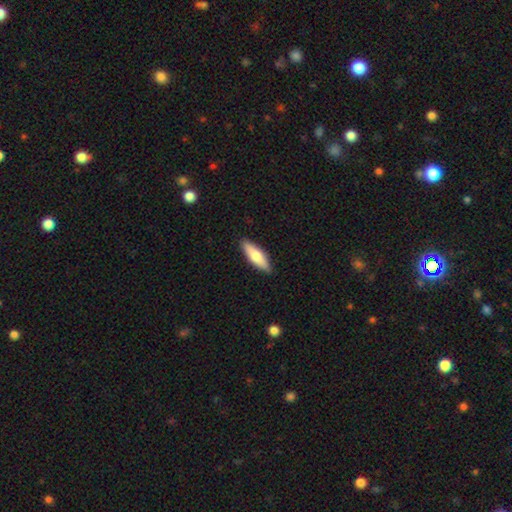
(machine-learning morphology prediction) A smooth galaxy with no disk features (67%) that is cigar-shaped (52%). Merging: none (89%).